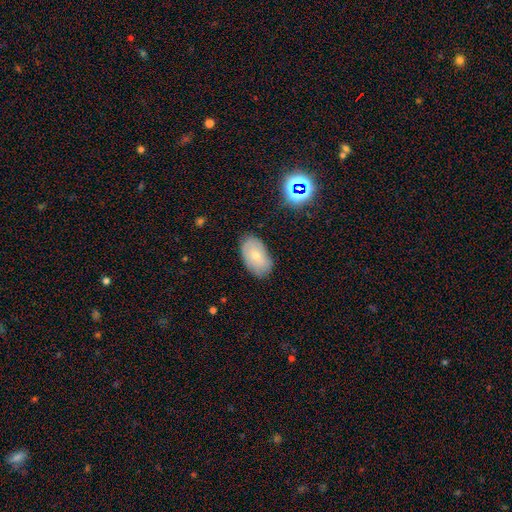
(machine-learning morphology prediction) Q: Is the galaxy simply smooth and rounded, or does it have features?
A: smooth — 66%.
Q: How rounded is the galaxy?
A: in between — 92%.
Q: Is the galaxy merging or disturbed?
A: none — 82%.